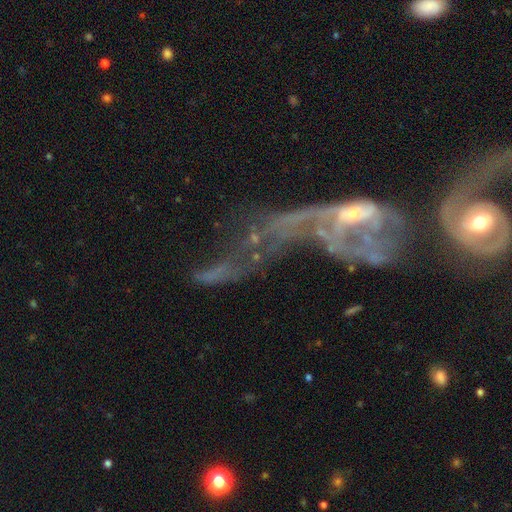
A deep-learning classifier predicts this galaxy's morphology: This appears to be a featured or disk galaxy (67%) with no bar (65%), no spiral arms (52%) and a moderate central bulge (37%). Merging: merger (53%).